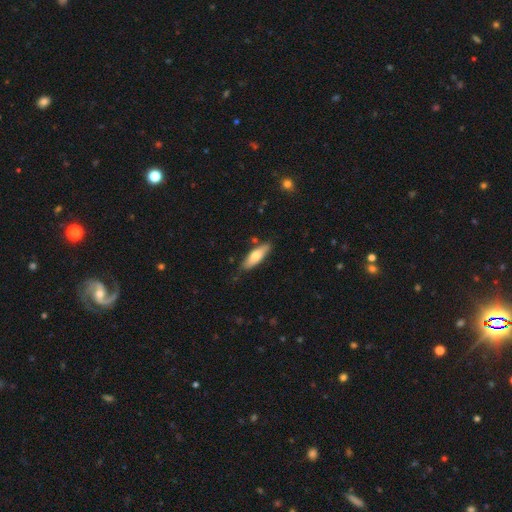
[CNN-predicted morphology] This appears to be a smooth galaxy with no disk features (69%) that is in between round and cigar-shaped (54%). Merging: none (79%).